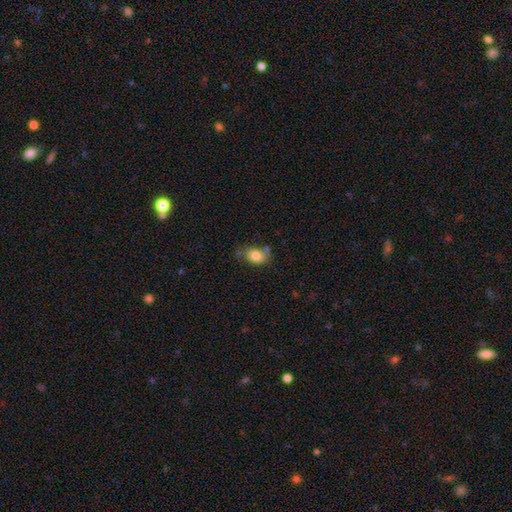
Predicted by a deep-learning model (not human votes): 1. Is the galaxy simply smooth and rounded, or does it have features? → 81% smooth, 10% featured or disk, 9% star or artifact.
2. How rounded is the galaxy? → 74% in between, 25% round, 1% cigar-shaped.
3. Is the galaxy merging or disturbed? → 62% none, 23% minor disturbance, 10% merger, 6% major disturbance.